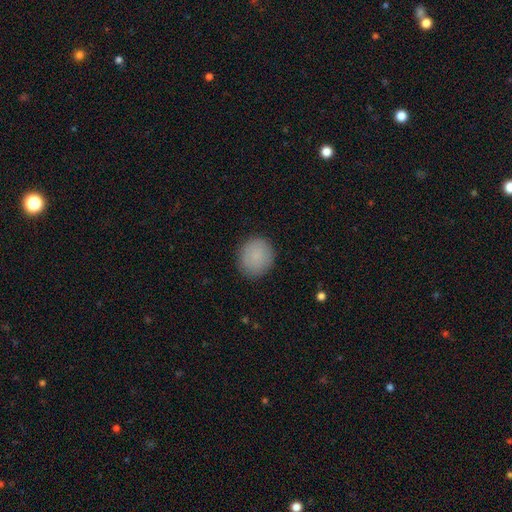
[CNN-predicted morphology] Smooth or featured: smooth — 87% (star or artifact — 7%)
How rounded: round — 82% (in between — 17%)
Merging: none — 88% (minor disturbance — 9%)